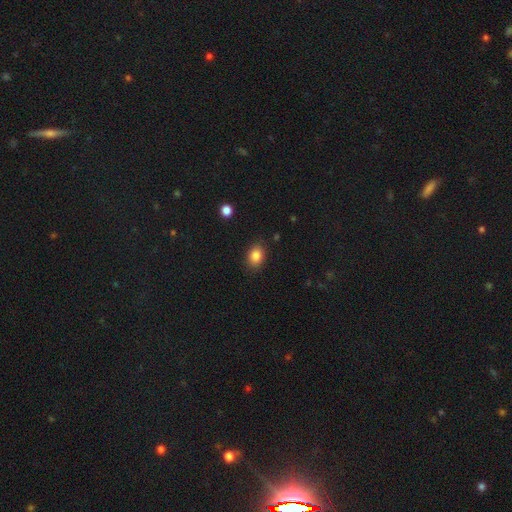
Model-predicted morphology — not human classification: Smooth or featured: smooth — 85% (star or artifact — 9%)
How rounded: in between — 70% (round — 29%)
Merging: none — 84% (minor disturbance — 12%)